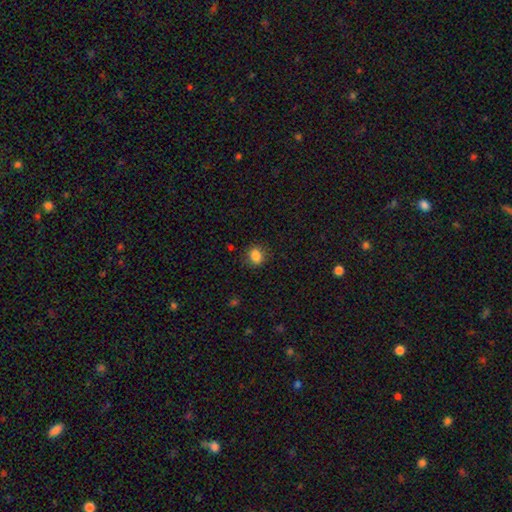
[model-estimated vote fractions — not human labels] A smooth galaxy with no disk features (84%) that is round (51%).

Vote fractions:
- Smooth or featured? smooth: 84% / star or artifact: 10% / featured or disk: 5%
- How rounded? round: 51% / in between: 48% / cigar-shaped: 1%
- Merging? none: 84% / minor disturbance: 12% / major disturbance: 3% / merger: 1%